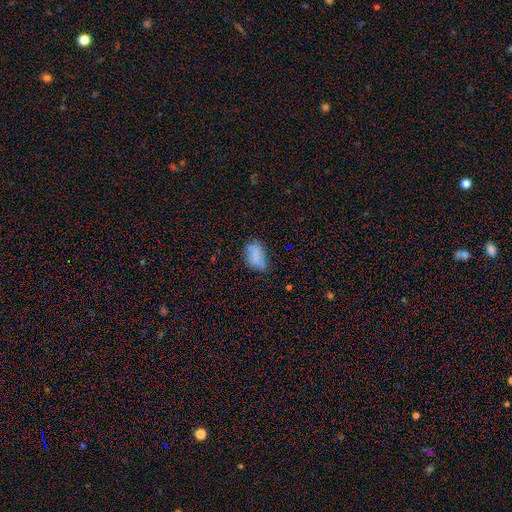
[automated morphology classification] smooth 74%, featured or disk 13%, star or artifact 12%. Down the decision tree: how rounded — in between (89%); merging — none (51%).